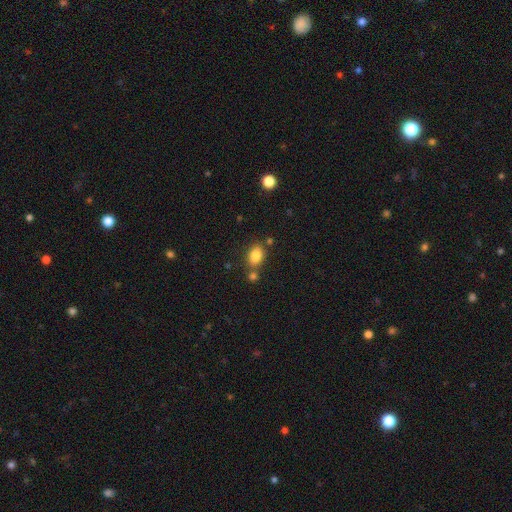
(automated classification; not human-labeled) Morphology: type=smooth (84%); roundness=in between (78%); merging=none (67%).